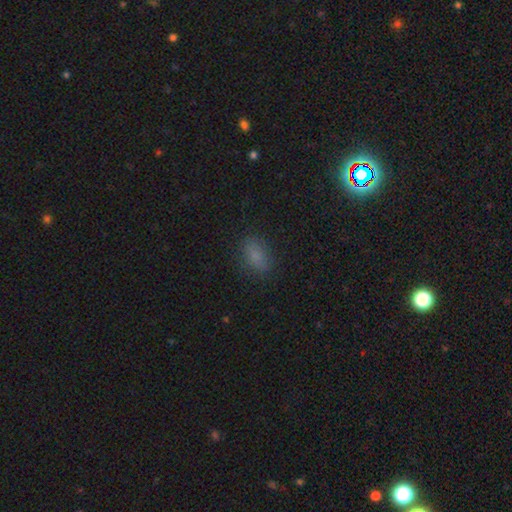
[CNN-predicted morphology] smooth-or-featured: smooth: 78% | star or artifact: 15% | featured or disk: 7%
  how-rounded: in between: 85% | round: 11% | cigar-shaped: 4%
  merging: none: 80% | minor disturbance: 15% | major disturbance: 4% | merger: 1%